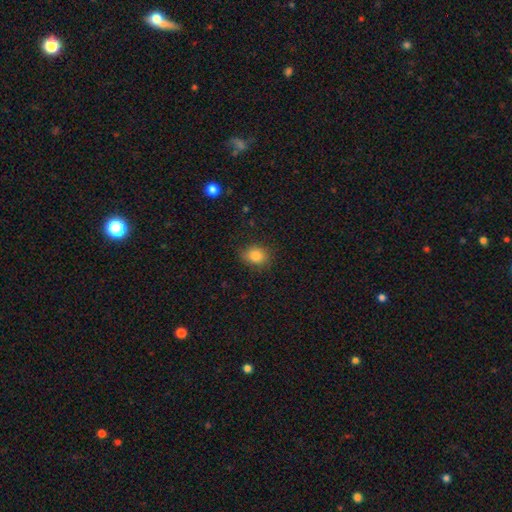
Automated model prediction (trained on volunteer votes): This is clearly a smooth galaxy (85%). How rounded: possibly in between (56%). Merging: clearly none (81%).